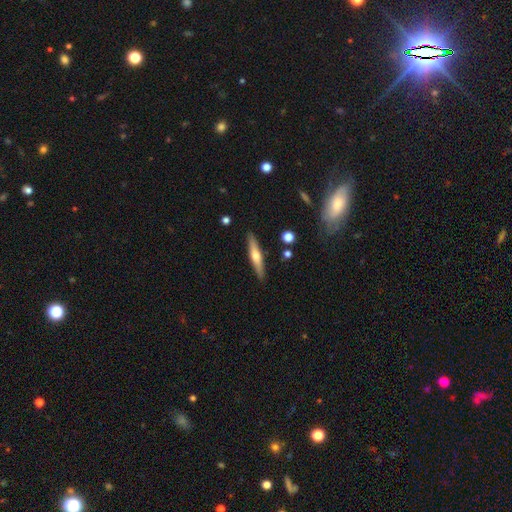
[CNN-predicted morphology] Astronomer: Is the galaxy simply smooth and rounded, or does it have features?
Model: featured or disk — 52% (runner-up: smooth, 42%).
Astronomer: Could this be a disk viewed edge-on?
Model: yes — 94%.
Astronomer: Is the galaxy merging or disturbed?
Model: none — 89%.